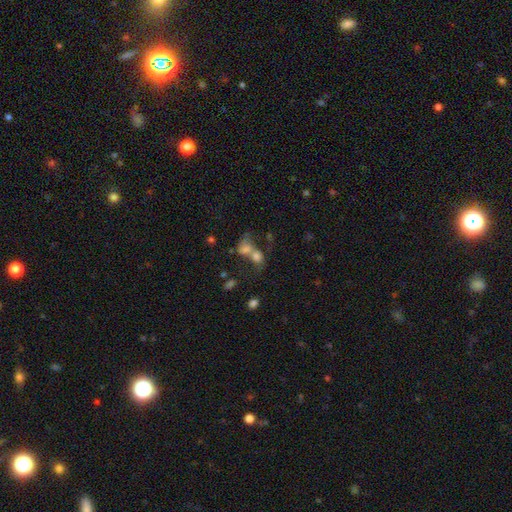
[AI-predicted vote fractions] Smooth or featured? Predicted: smooth (p=0.65). How rounded? Predicted: in between (p=0.56). Merging? Predicted: merger (p=0.71).